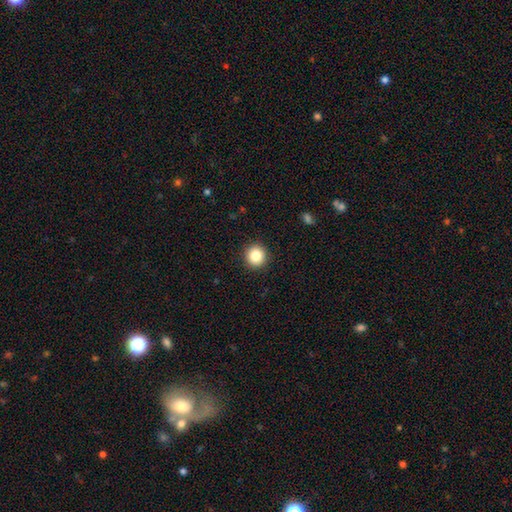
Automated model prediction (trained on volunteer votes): Q: Smooth or featured?
A: smooth (85%); runner-up: star or artifact (10%)
Q: How rounded?
A: round (94%); runner-up: in between (5%)
Q: Merging?
A: none (92%); runner-up: minor disturbance (5%)